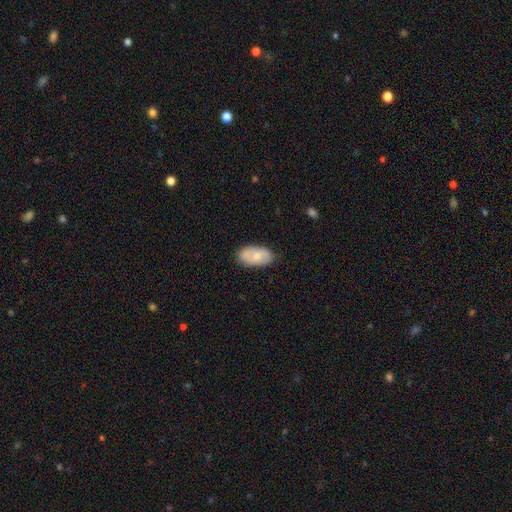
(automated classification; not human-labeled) Smooth or featured? smooth (61%)
How rounded? in between (93%)
Merging? none (79%)